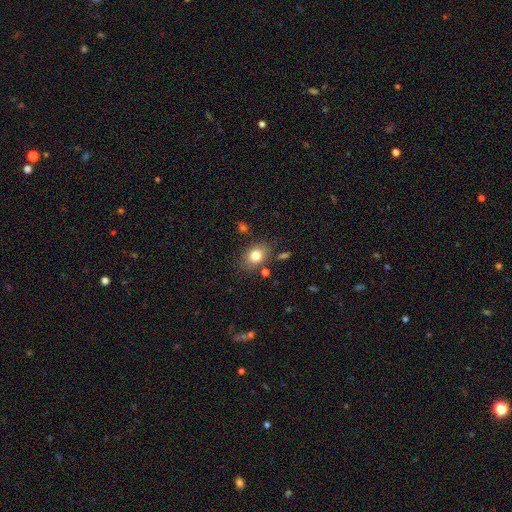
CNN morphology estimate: type=smooth (79%); roundness=in between (62%); merging=none (78%).